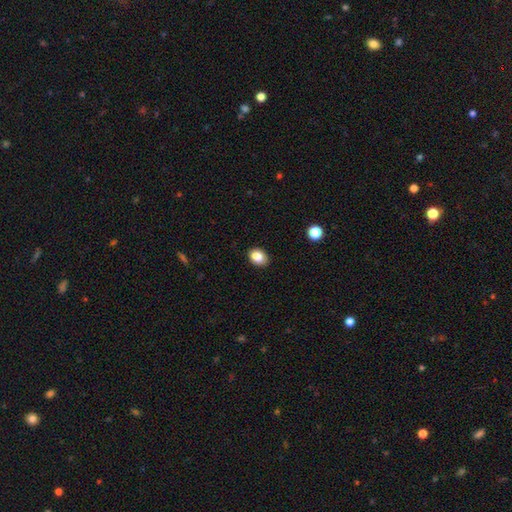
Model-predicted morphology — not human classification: Smooth or featured? smooth (83%)
How rounded? in between (65%)
Merging? none (82%)